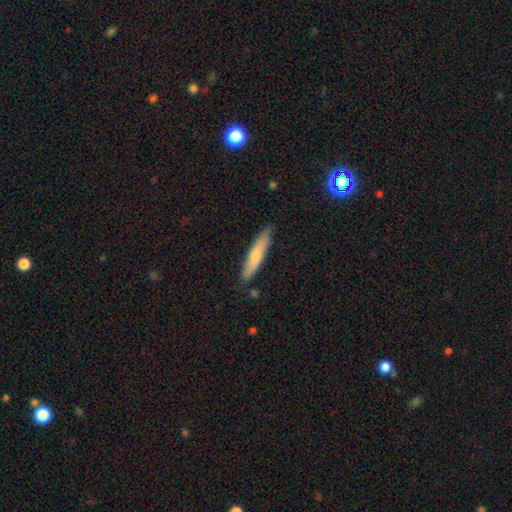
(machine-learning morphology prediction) A smooth galaxy with no disk features (69%) that is cigar-shaped (87%).

Vote fractions:
- Smooth or featured? smooth: 69% / featured or disk: 26% / star or artifact: 5%
- How rounded? cigar-shaped: 87% / in between: 12% / round: 1%
- Merging? none: 85% / minor disturbance: 11% / merger: 2% / major disturbance: 2%